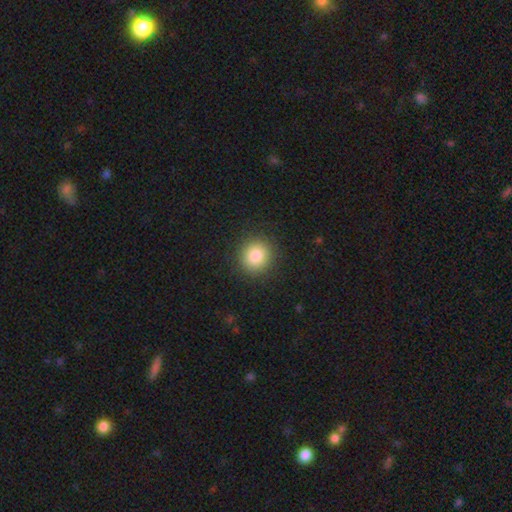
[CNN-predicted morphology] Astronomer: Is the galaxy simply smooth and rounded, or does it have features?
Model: smooth — 85%.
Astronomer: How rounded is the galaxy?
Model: round — 87%.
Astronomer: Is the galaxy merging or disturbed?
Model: none — 90%.